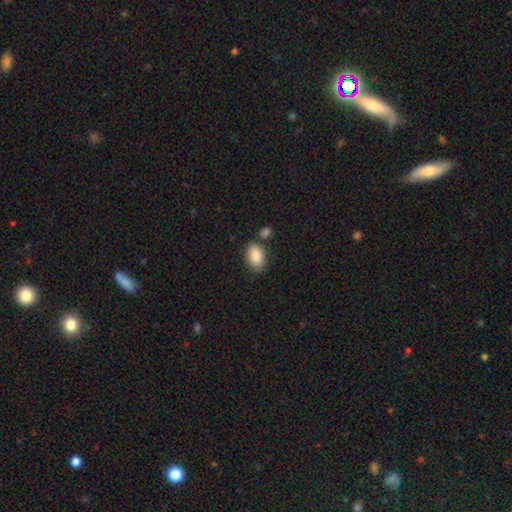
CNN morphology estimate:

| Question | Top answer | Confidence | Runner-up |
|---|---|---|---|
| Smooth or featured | smooth | 88% | star or artifact (7%) |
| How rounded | in between | 91% | round (8%) |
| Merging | none | 73% | minor disturbance (14%) |